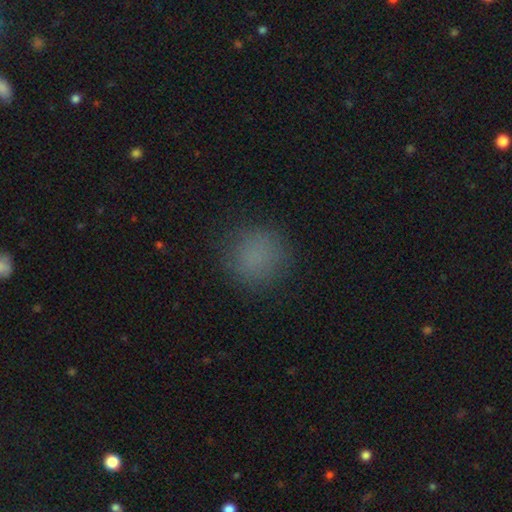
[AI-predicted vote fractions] smooth_or_featured: smooth (p=0.80) [alt: star or artifact p=0.14]
how_rounded: round (p=0.91) [alt: in between p=0.08]
merging: none (p=0.85) [alt: minor disturbance p=0.10]